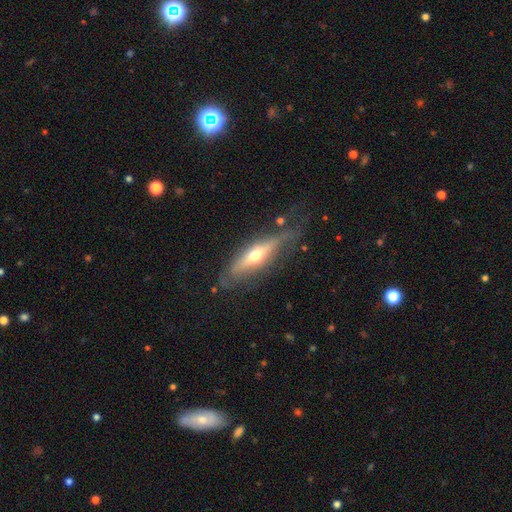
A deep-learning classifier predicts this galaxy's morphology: A featured or disk galaxy (60%) viewed edge-on (74%). Merging: none (58%).